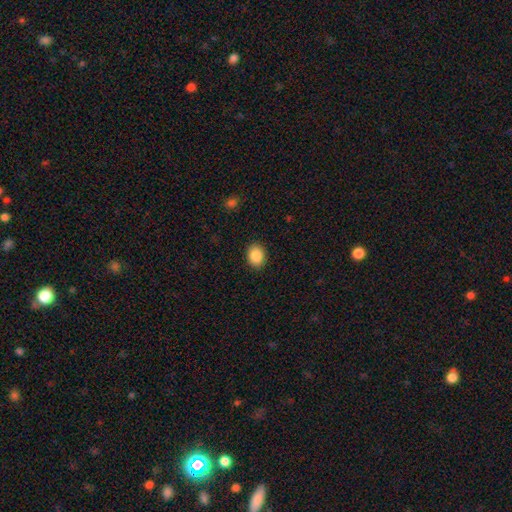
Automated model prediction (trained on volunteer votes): Smooth or featured: smooth — 88% (star or artifact — 8%)
How rounded: in between — 58% (round — 41%)
Merging: none — 89% (minor disturbance — 8%)